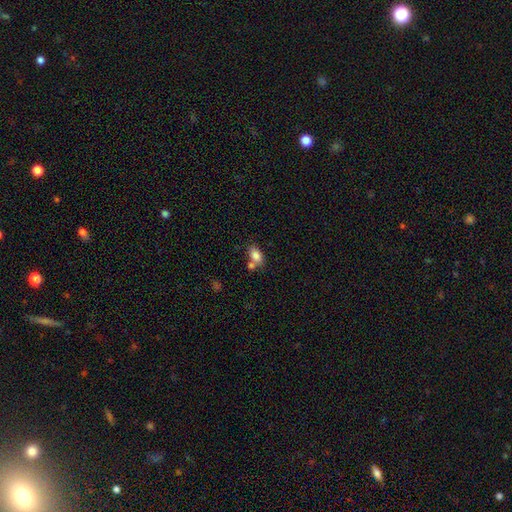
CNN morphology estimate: Smooth or featured?
  - smooth: 82% *
  - featured or disk: 9%
  - star or artifact: 9%
How rounded?
  - in between: 88% *
  - round: 9%
  - cigar-shaped: 3%
Merging?
  - none: 50% *
  - merger: 32%
  - minor disturbance: 13%
  - major disturbance: 4%